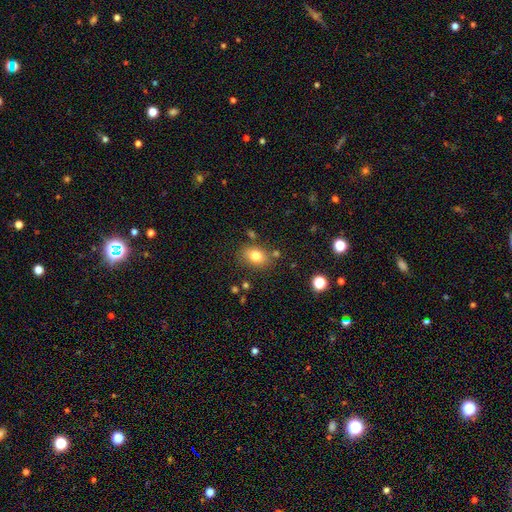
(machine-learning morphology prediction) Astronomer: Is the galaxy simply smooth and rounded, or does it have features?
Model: smooth — 79%.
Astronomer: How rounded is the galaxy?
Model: in between — 70%.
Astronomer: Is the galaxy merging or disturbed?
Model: none — 77%.